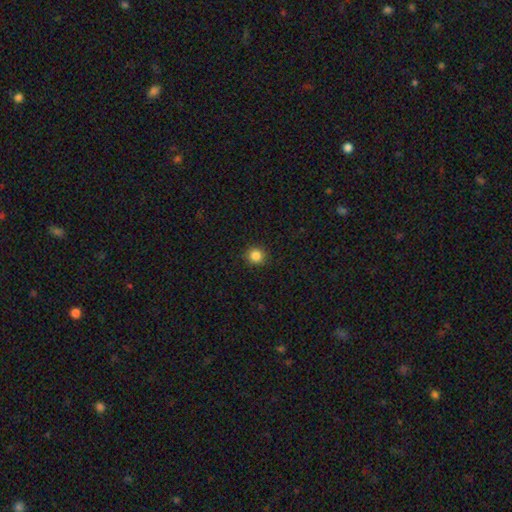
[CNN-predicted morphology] A smooth galaxy with no disk features (85%) that is round (90%). Merging: none (91%).